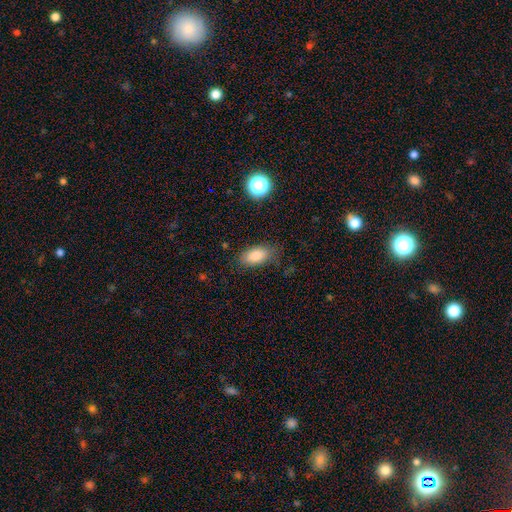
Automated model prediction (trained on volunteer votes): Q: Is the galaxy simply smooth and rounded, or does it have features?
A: smooth — 85%.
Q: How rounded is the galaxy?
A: in between — 90%.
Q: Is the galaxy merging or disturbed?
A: none — 77%.